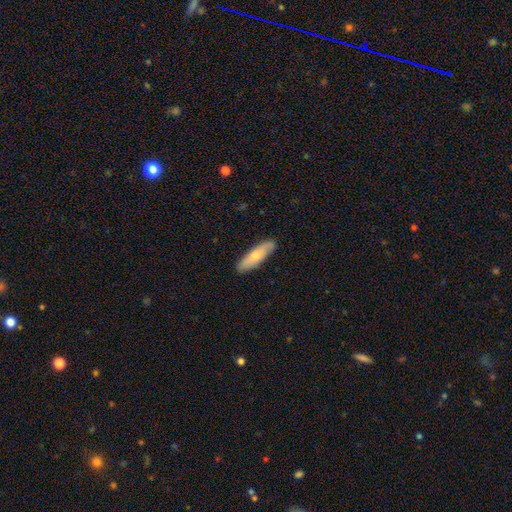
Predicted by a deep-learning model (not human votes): Smooth or featured: smooth — 71% (featured or disk — 24%)
How rounded: cigar-shaped — 66% (in between — 32%)
Merging: none — 88% (minor disturbance — 9%)